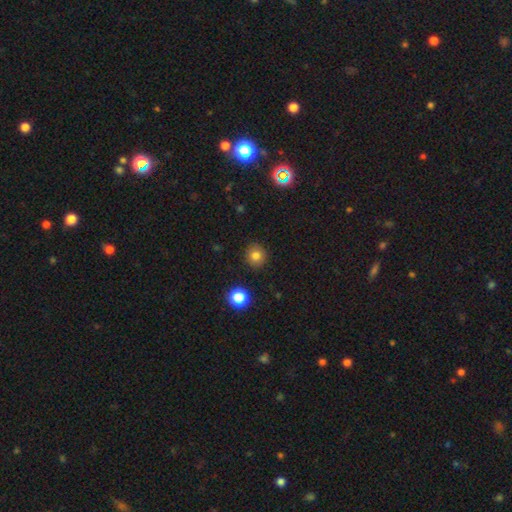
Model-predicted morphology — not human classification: type=smooth (80%); roundness=round (90%); merging=none (91%).